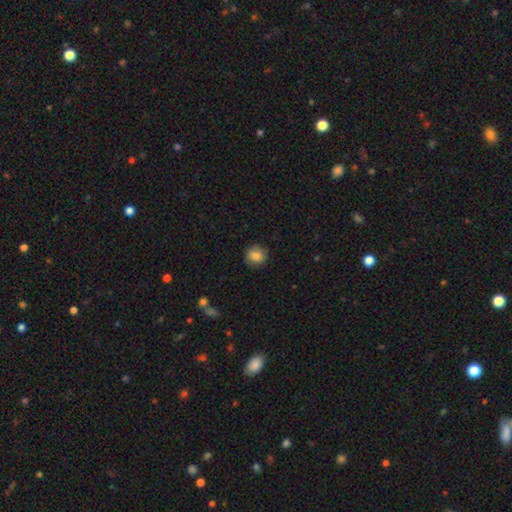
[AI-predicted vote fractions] Smooth or featured?
  - smooth: 84% *
  - star or artifact: 9%
  - featured or disk: 7%
How rounded?
  - round: 86% *
  - in between: 13%
  - cigar-shaped: 1%
Merging?
  - none: 87% *
  - minor disturbance: 9%
  - major disturbance: 2%
  - merger: 1%